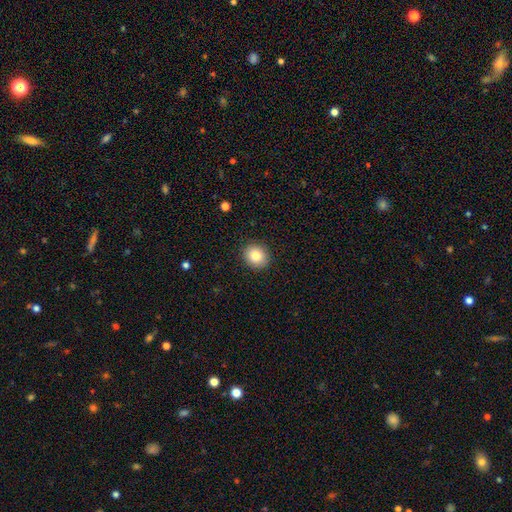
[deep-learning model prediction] The model was most divided on "how rounded": round: 79%, in between: 20%, cigar-shaped: 1%. More confident: merging — none (90%); smooth or featured — smooth (83%).